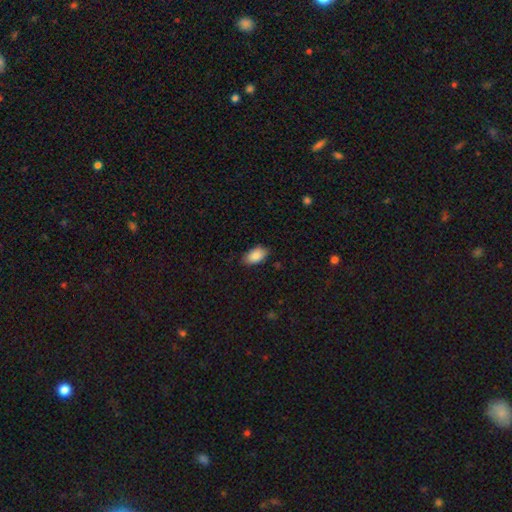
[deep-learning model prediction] A smooth galaxy with no disk features (88%) that is in between round and cigar-shaped (94%). Merging: none (84%).